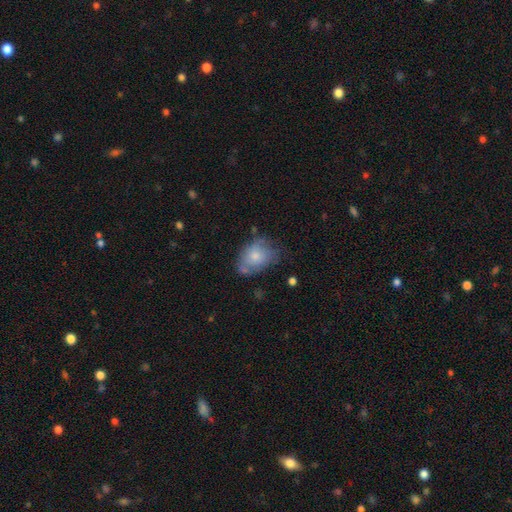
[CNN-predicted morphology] Q: Smooth or featured?
A: smooth (67%); runner-up: featured or disk (25%)
Q: How rounded?
A: in between (73%); runner-up: round (26%)
Q: Merging?
A: none (48%); runner-up: minor disturbance (33%)